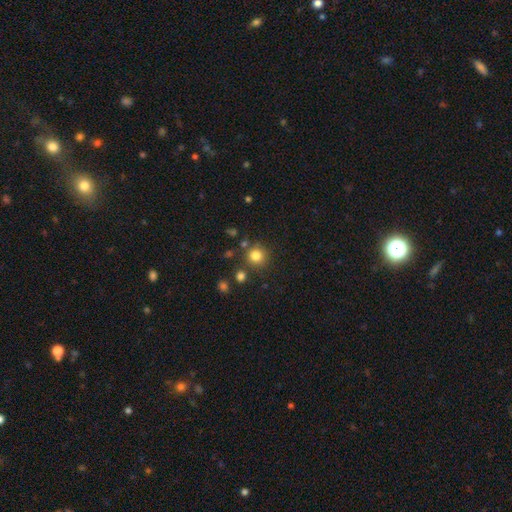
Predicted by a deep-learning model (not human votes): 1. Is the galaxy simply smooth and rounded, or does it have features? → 81% smooth, 13% star or artifact, 6% featured or disk.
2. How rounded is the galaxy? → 93% round, 7% in between, 1% cigar-shaped.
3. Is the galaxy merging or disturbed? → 81% none, 9% minor disturbance, 7% merger, 3% major disturbance.